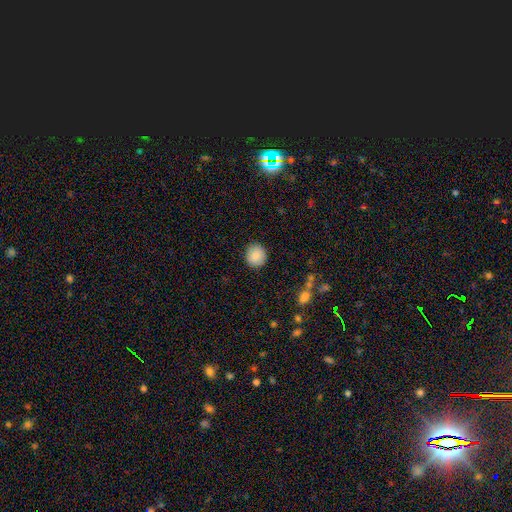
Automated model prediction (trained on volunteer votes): This is clearly a smooth galaxy (86%). How rounded: clearly round (88%). Merging: clearly none (89%).